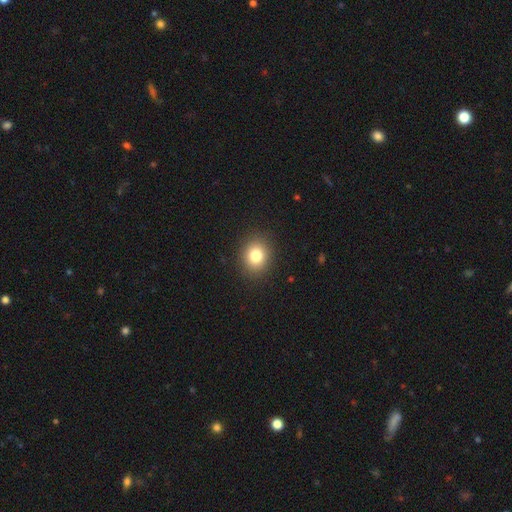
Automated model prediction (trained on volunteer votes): This is clearly a smooth galaxy (81%). How rounded: likely round (68%). Merging: clearly none (90%).